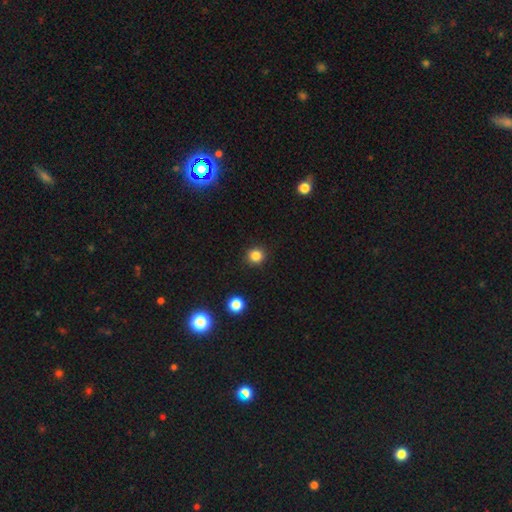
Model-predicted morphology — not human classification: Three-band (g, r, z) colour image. It shows a smooth galaxy with no disk features (84%) that is round (92%). Merging: none (91%).